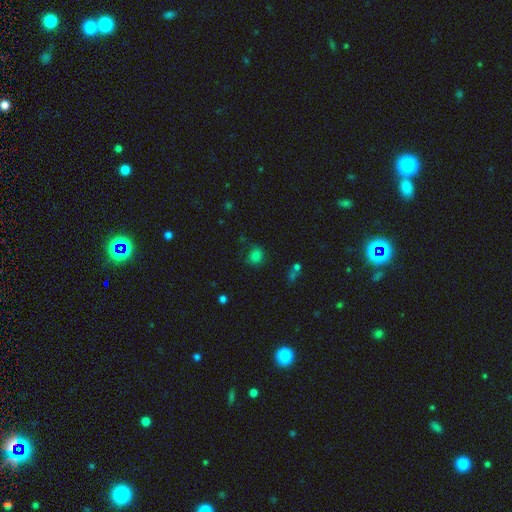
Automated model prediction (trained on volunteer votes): This appears to be a smooth galaxy with no disk features (76%) that is round (70%). Merging: none (70%).